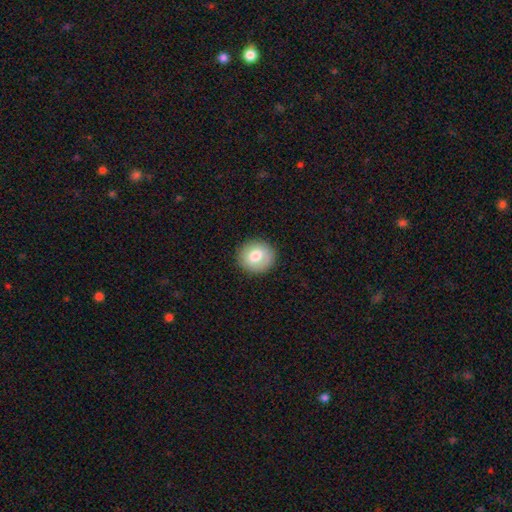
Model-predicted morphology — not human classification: This is likely a smooth galaxy (74%). How rounded: clearly round (85%). Merging: clearly none (89%).